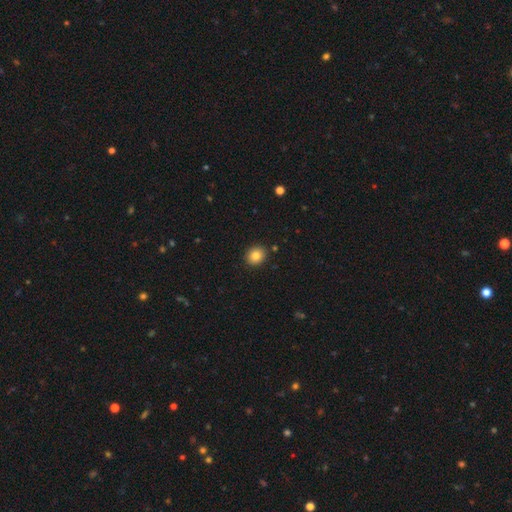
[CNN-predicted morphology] Smooth or featured? Predicted: smooth (p=0.84). How rounded? Predicted: round (p=0.70). Merging? Predicted: none (p=0.90).